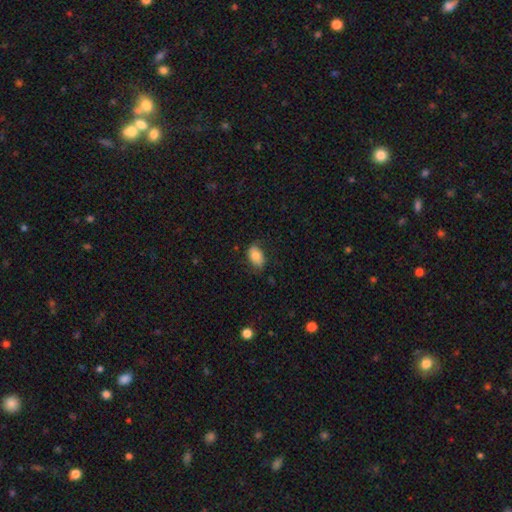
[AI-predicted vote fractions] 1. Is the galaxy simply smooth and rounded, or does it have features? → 78% smooth, 15% featured or disk, 7% star or artifact.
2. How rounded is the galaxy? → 88% in between, 10% round, 2% cigar-shaped.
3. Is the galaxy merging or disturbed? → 69% none, 23% minor disturbance, 7% major disturbance, 1% merger.